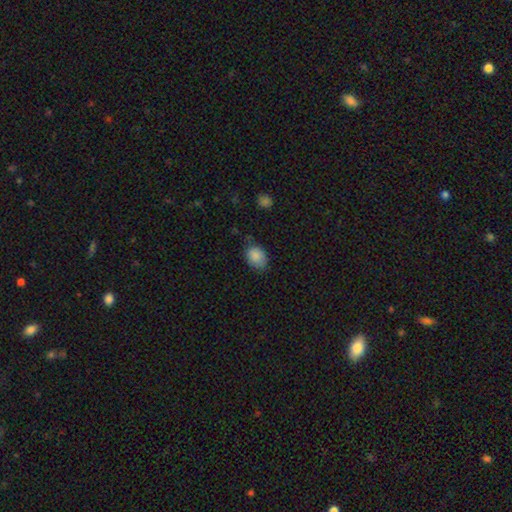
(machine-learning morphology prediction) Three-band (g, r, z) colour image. It shows a smooth galaxy with no disk features (87%) that is in between round and cigar-shaped (68%). Merging: none (66%).